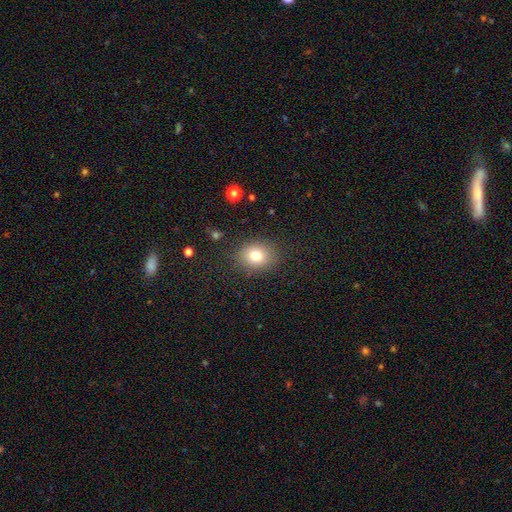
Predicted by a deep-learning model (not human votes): smooth-or-featured: smooth: 79% | star or artifact: 11% | featured or disk: 10%
  how-rounded: round: 54% | in between: 45% | cigar-shaped: 1%
  merging: none: 85% | minor disturbance: 10% | major disturbance: 4% | merger: 1%